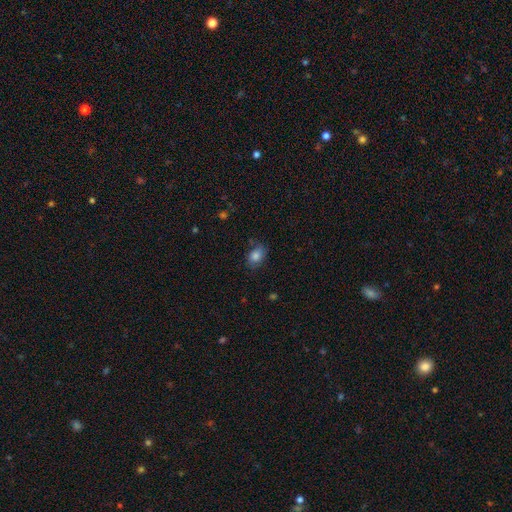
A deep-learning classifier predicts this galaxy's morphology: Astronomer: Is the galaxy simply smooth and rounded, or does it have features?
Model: smooth — 81%.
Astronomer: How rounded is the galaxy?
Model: in between — 78%.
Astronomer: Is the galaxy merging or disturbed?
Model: none — 72%.